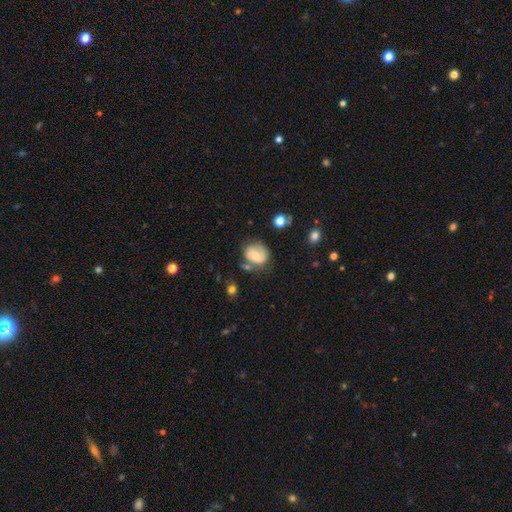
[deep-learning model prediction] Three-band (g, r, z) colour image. It shows a smooth galaxy with no disk features (51%) that is round (62%). Merging: none (56%).